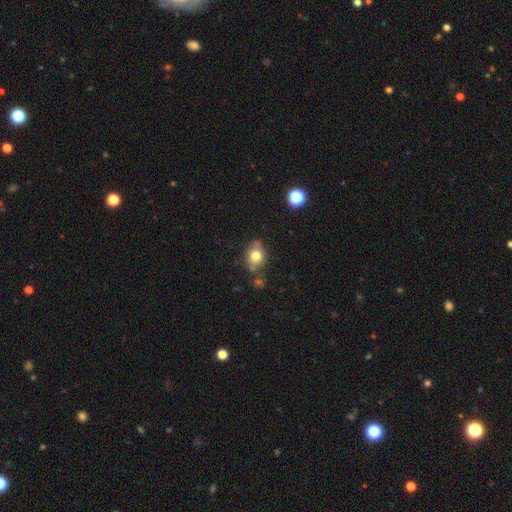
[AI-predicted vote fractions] Smooth or featured: smooth — 76% (featured or disk — 12%)
How rounded: round — 64% (in between — 35%)
Merging: none — 66% (minor disturbance — 18%)